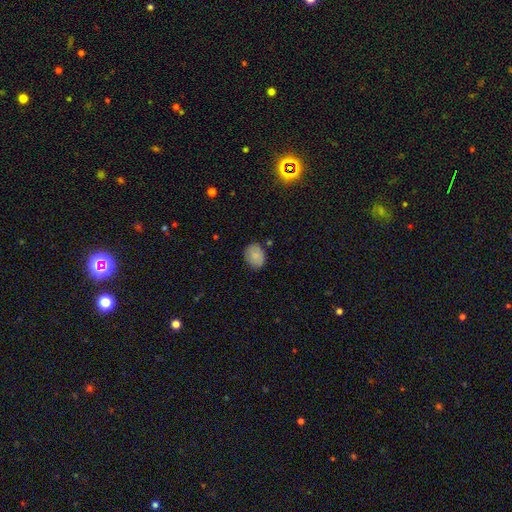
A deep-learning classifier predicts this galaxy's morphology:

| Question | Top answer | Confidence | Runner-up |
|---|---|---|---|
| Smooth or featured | smooth | 82% | featured or disk (10%) |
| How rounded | in between | 54% | round (45%) |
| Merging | none | 78% | minor disturbance (16%) |